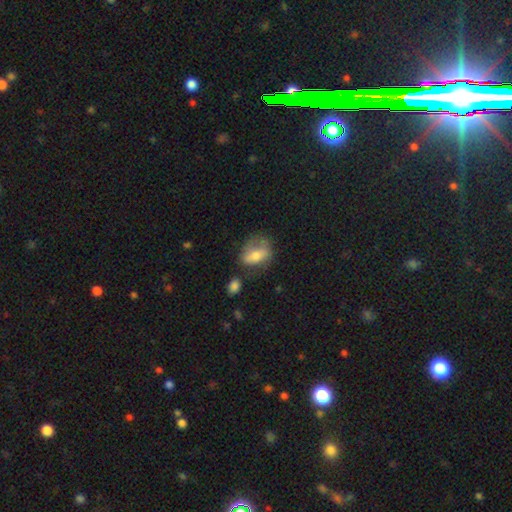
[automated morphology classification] smooth-or-featured: smooth: 59% | featured or disk: 33% | star or artifact: 8%
  how-rounded: in between: 74% | round: 21% | cigar-shaped: 5%
  merging: none: 49% | minor disturbance: 28% | major disturbance: 17% | merger: 6%